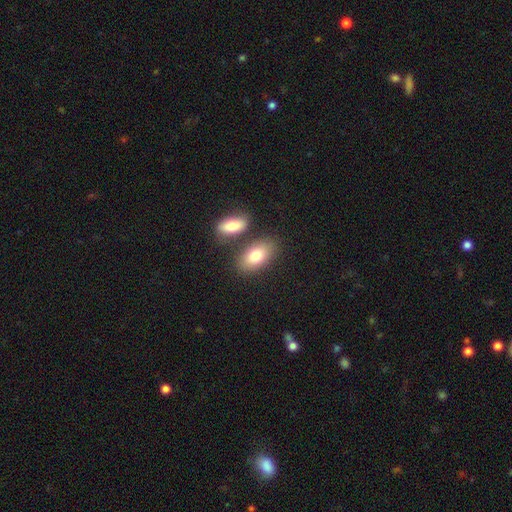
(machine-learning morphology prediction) This appears to be a smooth galaxy with no disk features (78%) that is in between round and cigar-shaped (91%). Merging: none (68%).